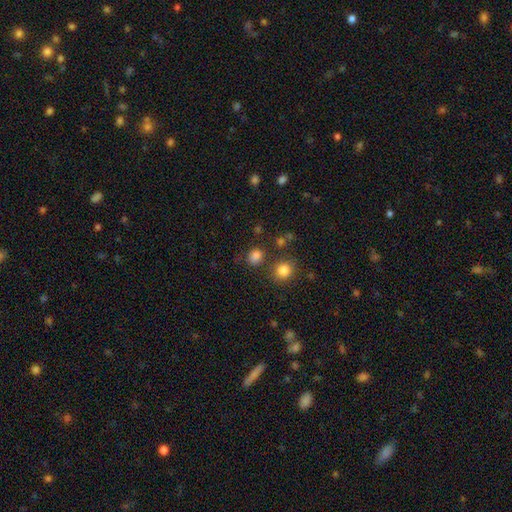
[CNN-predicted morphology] Smooth or featured?
  - smooth: 81% *
  - star or artifact: 14%
  - featured or disk: 4%
How rounded?
  - round: 64% *
  - in between: 35%
  - cigar-shaped: 1%
Merging?
  - none: 76% *
  - minor disturbance: 11%
  - merger: 9%
  - major disturbance: 4%